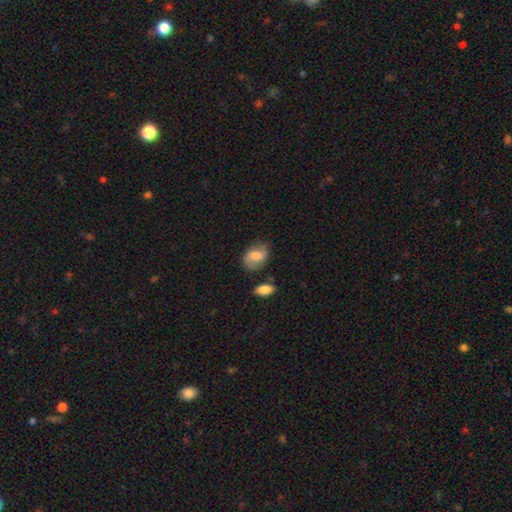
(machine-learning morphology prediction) This is possibly a smooth galaxy (53%). How rounded: likely in between (76%). Merging: likely none (70%).